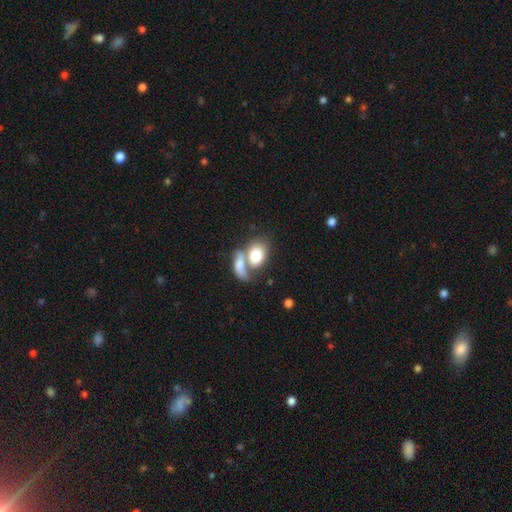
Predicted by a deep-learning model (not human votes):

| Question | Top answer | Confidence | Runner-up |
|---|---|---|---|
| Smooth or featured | smooth | 76% | featured or disk (17%) |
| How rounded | in between | 78% | round (19%) |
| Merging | merger | 60% | none (24%) |